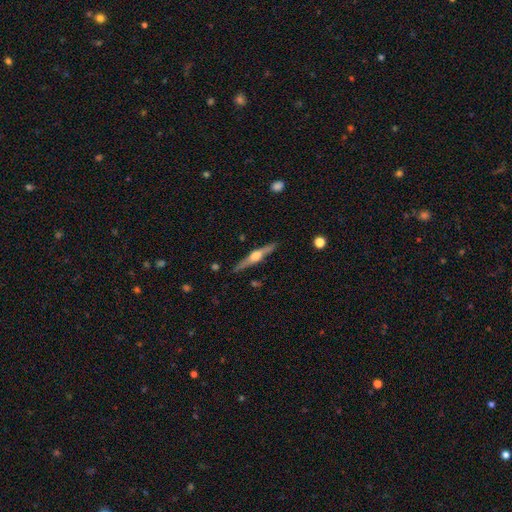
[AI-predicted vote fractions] A featured or disk galaxy (76%) viewed edge-on (98%) with a rounded central bulge (91%).

Vote fractions:
- Smooth or featured? featured or disk: 76% / smooth: 19% / star or artifact: 5%
- Edge-on disk? yes: 98% / no: 2%
- Edge-on bulge? rounded: 91% / boxy: 6% / none: 3%
- Merging? none: 89% / minor disturbance: 8% / major disturbance: 2% / merger: 2%